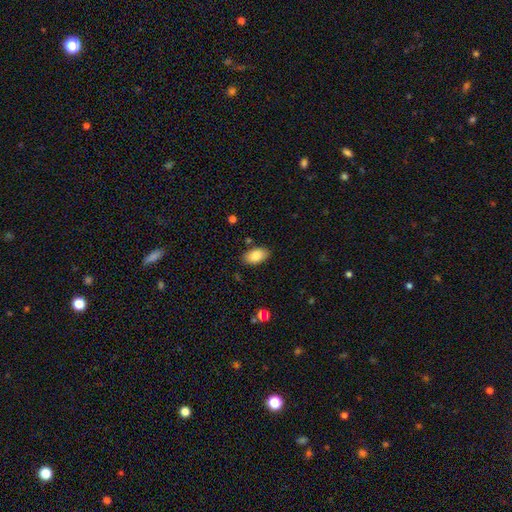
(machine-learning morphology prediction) Smooth or featured? Predicted: smooth (p=0.85). How rounded? Predicted: in between (p=0.94). Merging? Predicted: none (p=0.85).